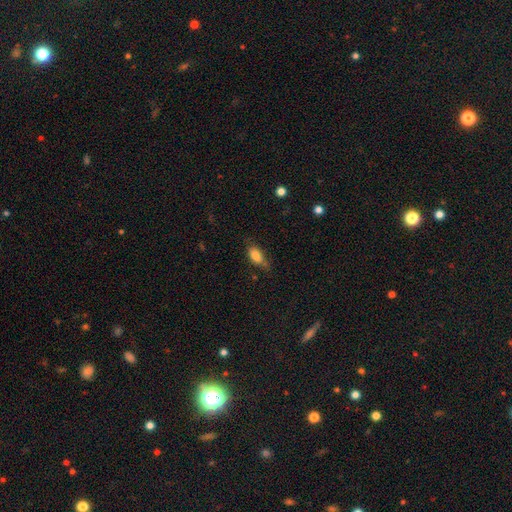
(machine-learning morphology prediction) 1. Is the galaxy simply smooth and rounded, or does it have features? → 83% smooth, 9% featured or disk, 8% star or artifact.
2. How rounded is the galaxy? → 87% in between, 8% cigar-shaped, 5% round.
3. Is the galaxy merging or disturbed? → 56% none, 31% minor disturbance, 10% major disturbance, 3% merger.